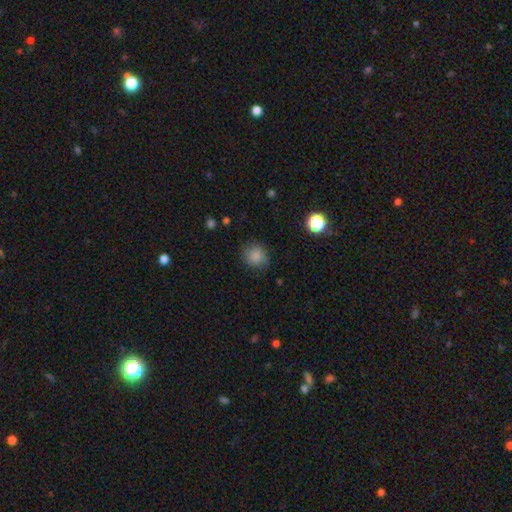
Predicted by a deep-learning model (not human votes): This appears to be a smooth galaxy with no disk features (85%) that is round (83%). Merging: none (79%).